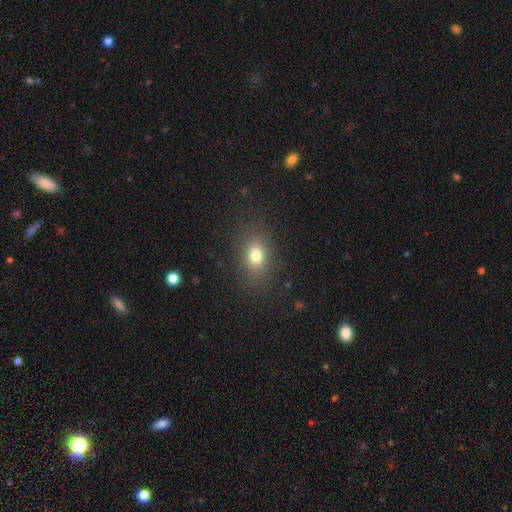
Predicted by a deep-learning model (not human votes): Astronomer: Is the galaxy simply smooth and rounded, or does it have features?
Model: smooth — 77%.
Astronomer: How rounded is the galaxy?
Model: in between — 69%.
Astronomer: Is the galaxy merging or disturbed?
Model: none — 84%.